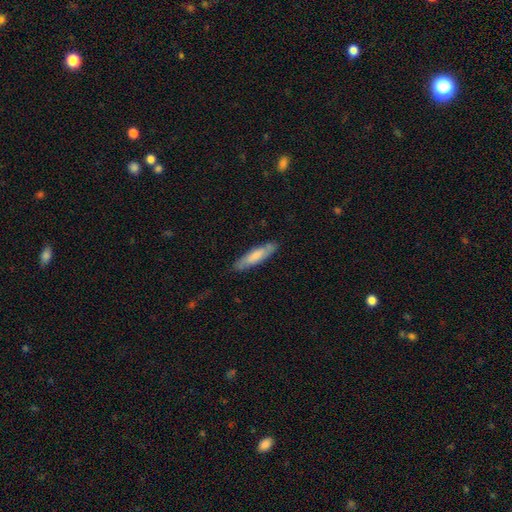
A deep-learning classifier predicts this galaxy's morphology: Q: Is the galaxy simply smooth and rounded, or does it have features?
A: smooth — 65%.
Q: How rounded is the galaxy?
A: cigar-shaped — 77%.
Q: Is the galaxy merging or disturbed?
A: none — 82%.